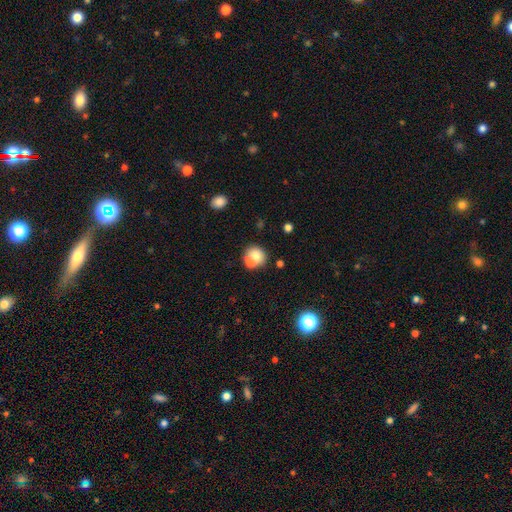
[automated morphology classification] type=smooth (71%); roundness=round (74%); merging=merger (43%, tied with none).